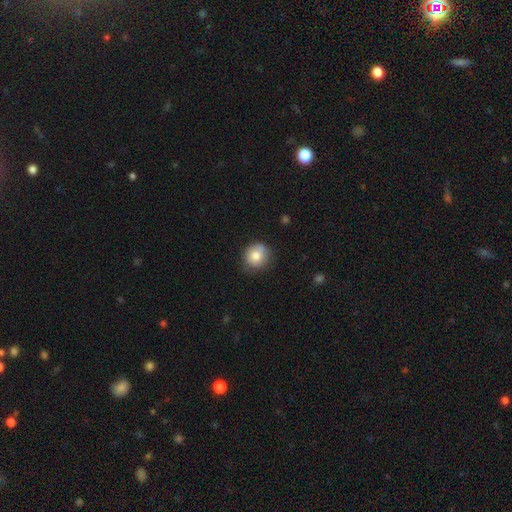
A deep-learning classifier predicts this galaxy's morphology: Smooth or featured? Predicted: smooth (p=0.78). How rounded? Predicted: round (p=0.87). Merging? Predicted: none (p=0.69).